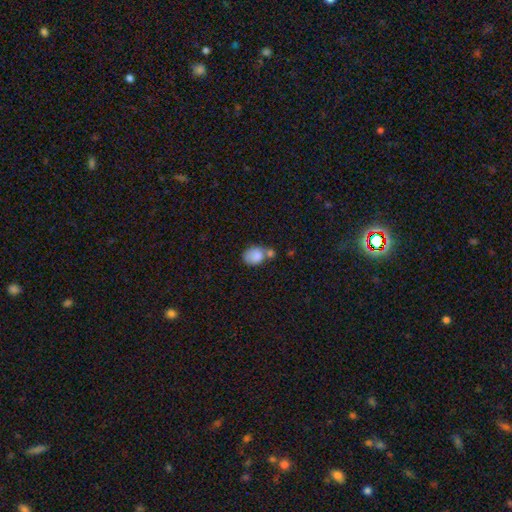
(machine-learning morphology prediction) A smooth galaxy with no disk features (81%) that is in between round and cigar-shaped (61%). Merging: merger (38%).